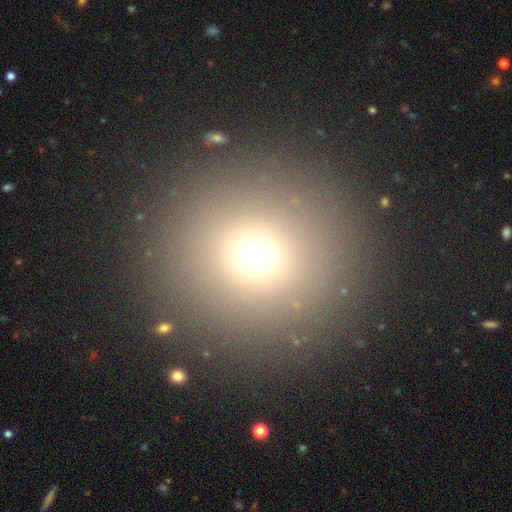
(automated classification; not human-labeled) This appears to be a smooth galaxy with no disk features (68%) that is round (94%). Merging: none (90%).